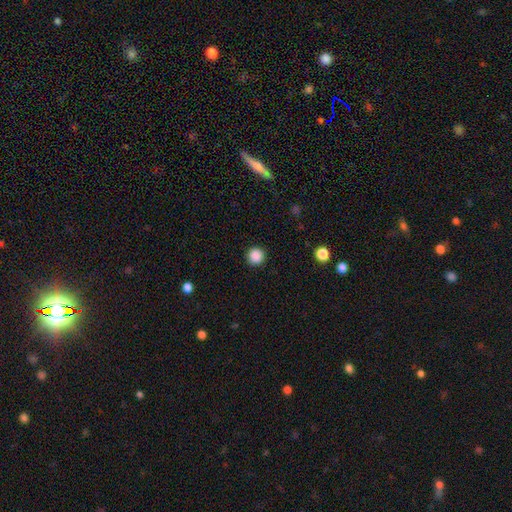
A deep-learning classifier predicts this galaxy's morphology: A smooth galaxy with no disk features (87%) that is round (95%).

Vote fractions:
- Smooth or featured? smooth: 87% / star or artifact: 10% / featured or disk: 2%
- How rounded? round: 95% / in between: 4% / cigar-shaped: 1%
- Merging? none: 92% / minor disturbance: 5% / major disturbance: 2% / merger: 1%